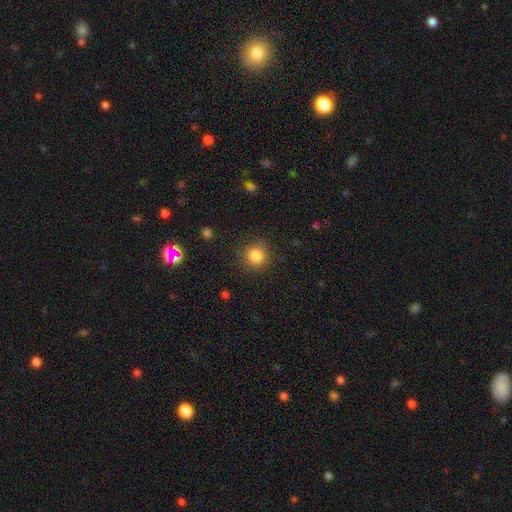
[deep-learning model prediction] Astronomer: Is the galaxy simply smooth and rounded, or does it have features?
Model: smooth — 83%.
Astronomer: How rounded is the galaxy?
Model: round — 91%.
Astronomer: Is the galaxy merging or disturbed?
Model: none — 87%.